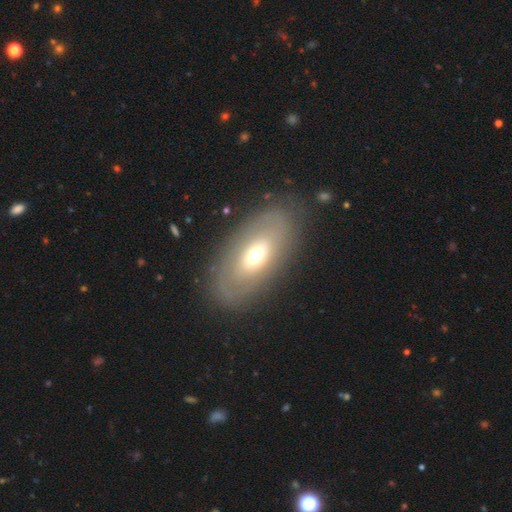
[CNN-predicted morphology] Smooth or featured? featured or disk (50%)
Edge-on disk? no (86%)
Merging? none (81%)